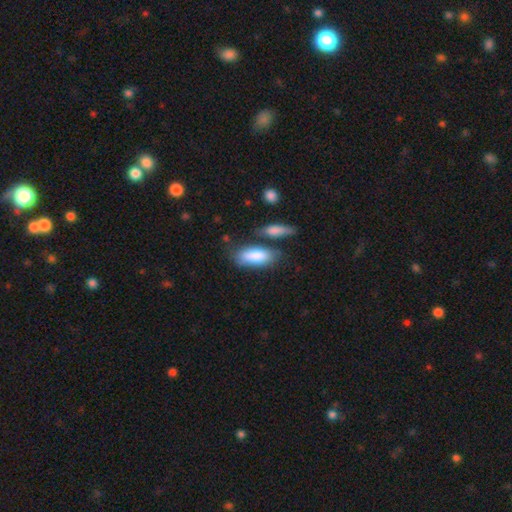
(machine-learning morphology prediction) smooth 84%, featured or disk 10%, star or artifact 6%. Down the decision tree: how rounded — in between (81%); merging — none (63%).